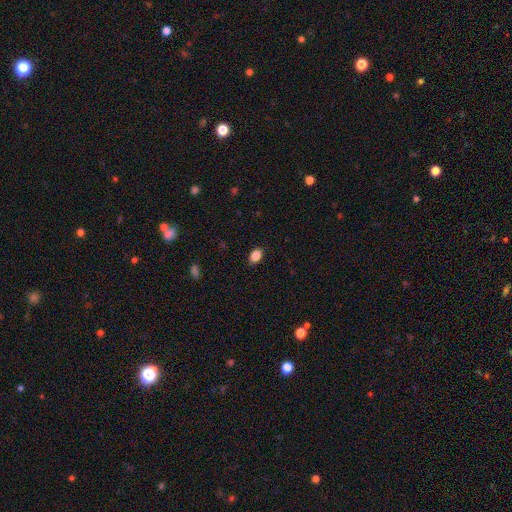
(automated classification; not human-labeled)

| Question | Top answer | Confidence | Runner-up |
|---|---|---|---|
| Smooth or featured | smooth | 87% | star or artifact (9%) |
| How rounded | in between | 85% | round (14%) |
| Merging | none | 88% | minor disturbance (9%) |